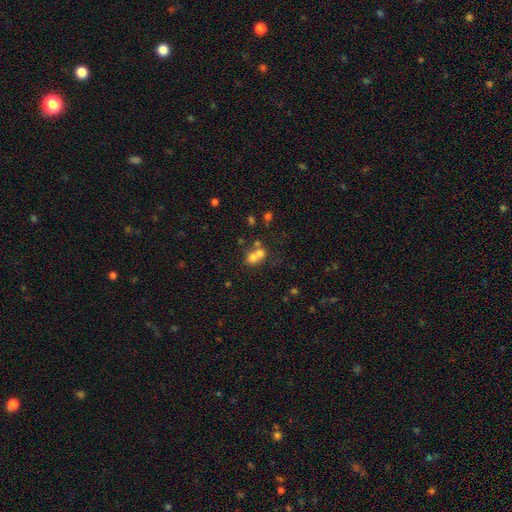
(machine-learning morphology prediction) The model was most divided on "merging": merger: 63%, none: 27%, minor disturbance: 6%, major disturbance: 4%. More confident: how rounded — round (69%); smooth or featured — smooth (65%).